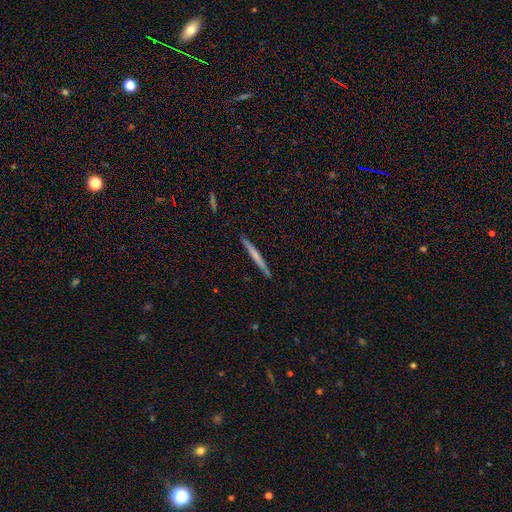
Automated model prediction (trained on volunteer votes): Smooth or featured?
  - smooth: 53% *
  - featured or disk: 41%
  - star or artifact: 6%
How rounded?
  - cigar-shaped: 97% *
  - in between: 2%
  - round: 1%
Merging?
  - none: 89% *
  - minor disturbance: 8%
  - merger: 1%
  - major disturbance: 1%